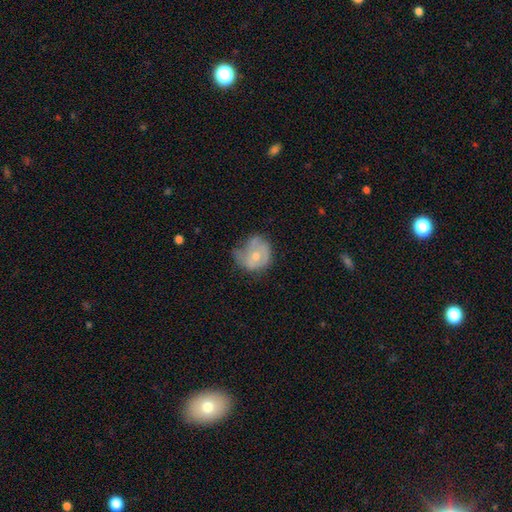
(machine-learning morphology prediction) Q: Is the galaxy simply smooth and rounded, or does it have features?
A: featured or disk — 49%.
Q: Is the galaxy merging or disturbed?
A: minor disturbance — 36%.